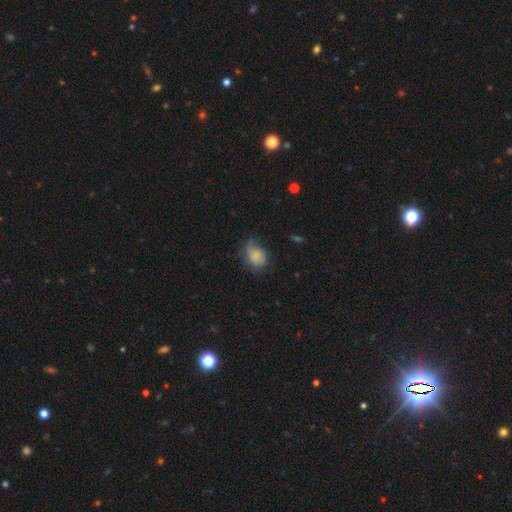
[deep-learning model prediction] Smooth or featured?
  - smooth: 74% *
  - featured or disk: 17%
  - star or artifact: 9%
How rounded?
  - in between: 64% *
  - round: 35%
  - cigar-shaped: 1%
Merging?
  - none: 43% *
  - minor disturbance: 36%
  - major disturbance: 19%
  - merger: 2%